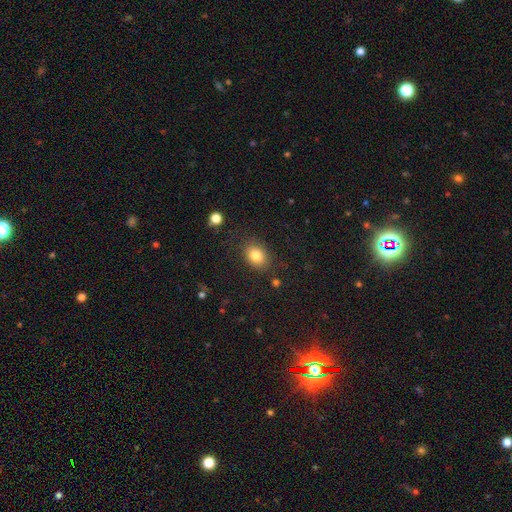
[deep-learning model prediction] Smooth or featured: smooth — 81% (star or artifact — 10%)
How rounded: in between — 59% (round — 40%)
Merging: none — 83% (minor disturbance — 12%)